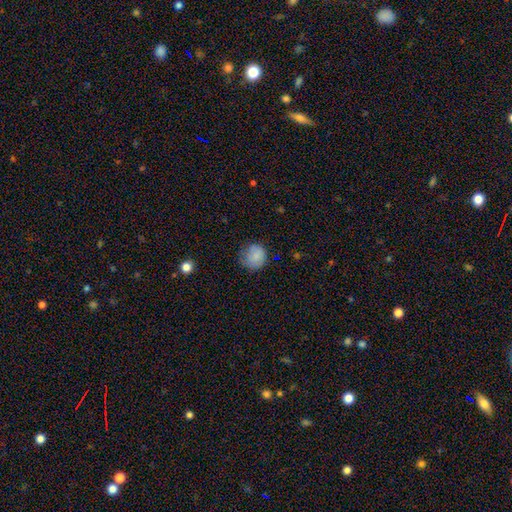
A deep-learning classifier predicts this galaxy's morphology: type=smooth (84%); roundness=round (86%); merging=none (68%).